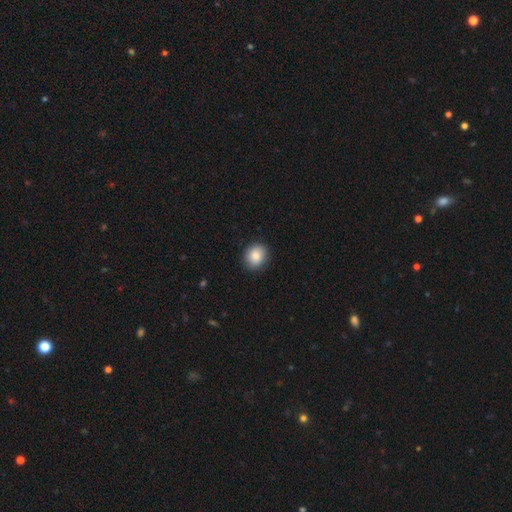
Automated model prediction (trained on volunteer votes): smooth-or-featured: smooth: 84% | star or artifact: 8% | featured or disk: 8%
  how-rounded: round: 64% | in between: 35% | cigar-shaped: 1%
  merging: none: 88% | minor disturbance: 9% | major disturbance: 2% | merger: 1%